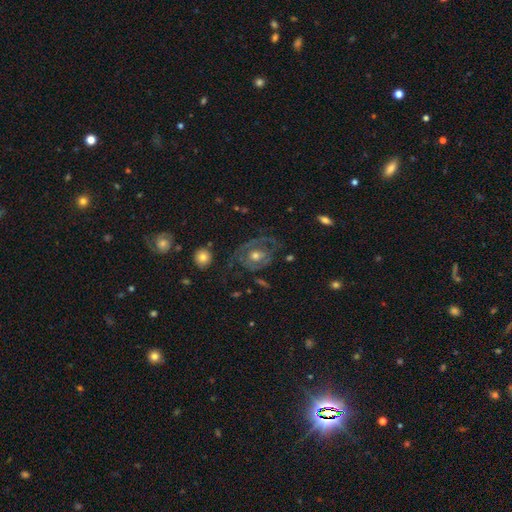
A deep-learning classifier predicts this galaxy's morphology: Smooth or featured: featured or disk — 68% (smooth — 24%)
Edge-on disk: no — 96% (yes — 4%)
Bar: no — 76% (weak — 19%)
Spiral arms: yes — 54% (no — 46%)
Bulge size: moderate — 69% (small — 22%)
Merging: none — 55% (major disturbance — 21%)